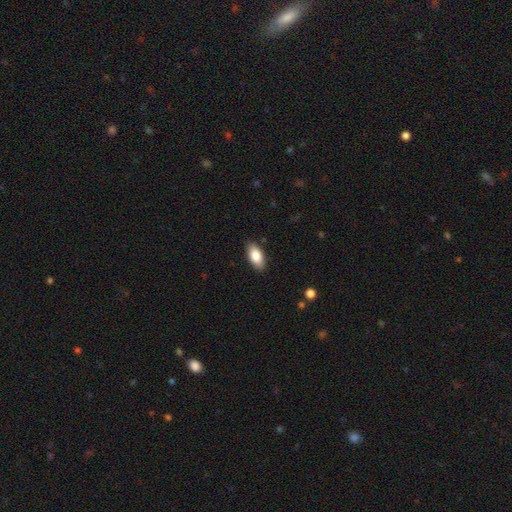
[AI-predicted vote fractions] Morphology: type=smooth (84%); roundness=in between (90%); merging=none (87%).